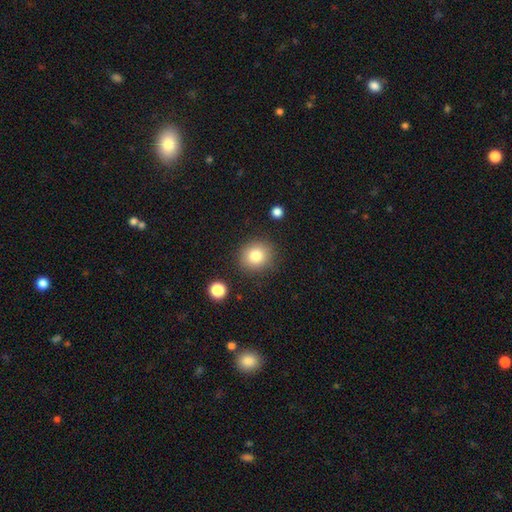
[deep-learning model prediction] smooth-or-featured: smooth: 82% | star or artifact: 10% | featured or disk: 8%
  how-rounded: round: 83% | in between: 16% | cigar-shaped: 1%
  merging: none: 84% | minor disturbance: 10% | major disturbance: 3% | merger: 3%